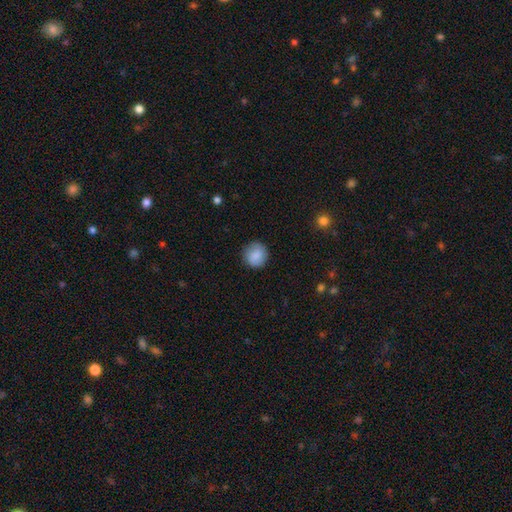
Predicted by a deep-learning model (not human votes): Smooth or featured? smooth (87%)
How rounded? round (92%)
Merging? none (87%)